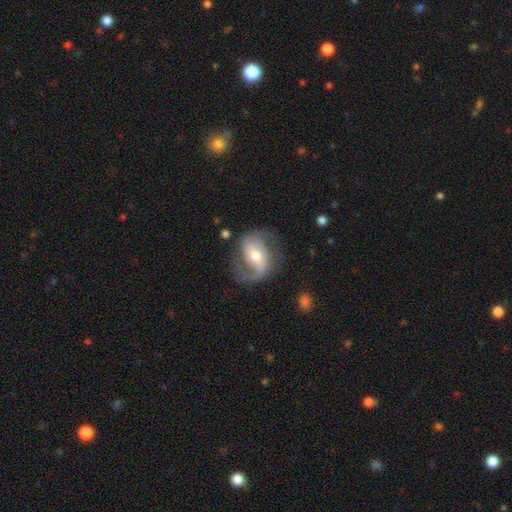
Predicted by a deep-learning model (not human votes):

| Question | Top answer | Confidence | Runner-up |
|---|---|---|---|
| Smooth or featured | featured or disk | 86% | smooth (9%) |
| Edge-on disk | no | 97% | yes (3%) |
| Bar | weak | 42% | no (30%) |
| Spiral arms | yes | 95% | no (5%) |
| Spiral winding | medium | 49% | loose (34%) |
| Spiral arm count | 2 | 85% | 1 (8%) |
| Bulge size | moderate | 65% | small (28%) |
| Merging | none | 72% | minor disturbance (16%) |